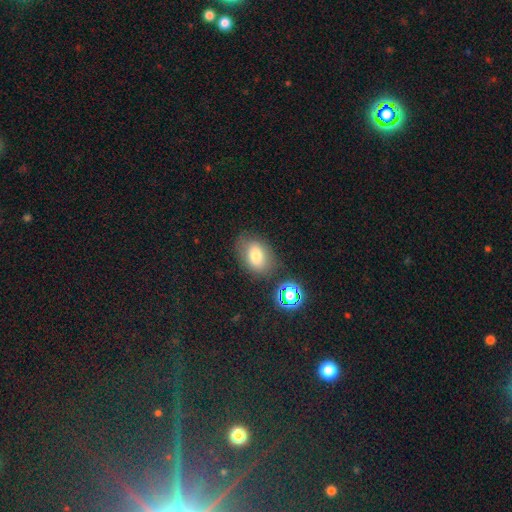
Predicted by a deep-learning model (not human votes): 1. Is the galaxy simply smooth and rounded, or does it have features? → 75% smooth, 12% featured or disk, 12% star or artifact.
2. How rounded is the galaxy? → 76% in between, 23% round, 1% cigar-shaped.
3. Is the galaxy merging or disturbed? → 73% none, 16% minor disturbance, 5% merger, 5% major disturbance.